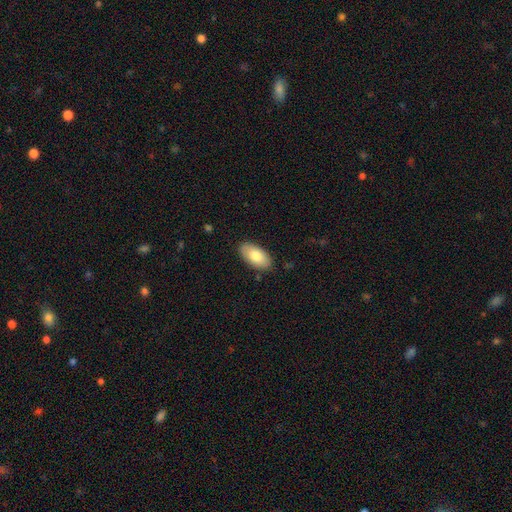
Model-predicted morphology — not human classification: This is likely a smooth galaxy (79%). How rounded: clearly in between (94%). Merging: clearly none (86%).